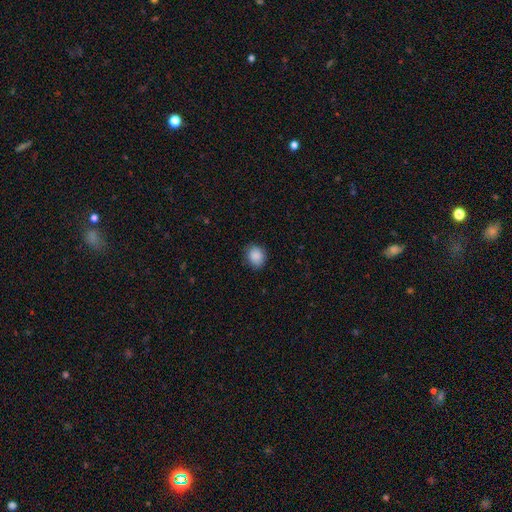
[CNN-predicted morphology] A smooth galaxy with no disk features (89%) that is round (66%). Merging: none (83%).